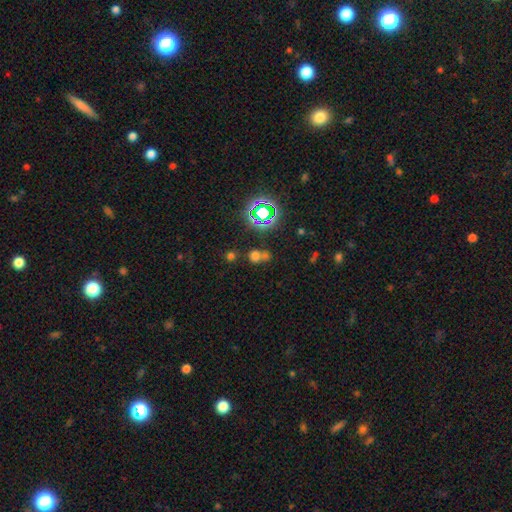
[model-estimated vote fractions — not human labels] Smooth or featured: smooth — 58% (star or artifact — 32%)
How rounded: round — 77% (in between — 21%)
Merging: none — 48% (merger — 39%)